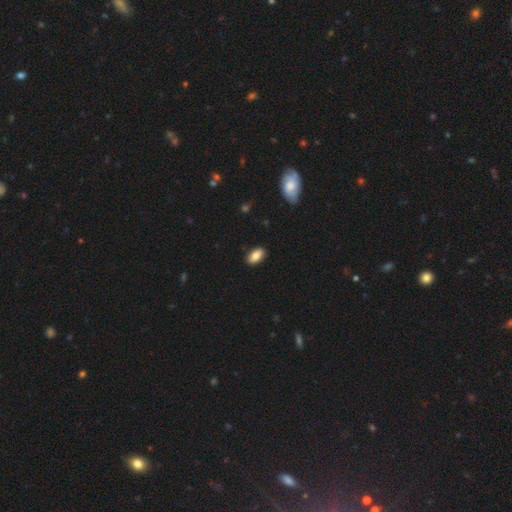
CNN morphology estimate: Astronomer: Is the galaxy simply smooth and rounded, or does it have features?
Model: smooth — 84%.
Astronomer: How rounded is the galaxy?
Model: in between — 92%.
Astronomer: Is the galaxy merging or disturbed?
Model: none — 89%.